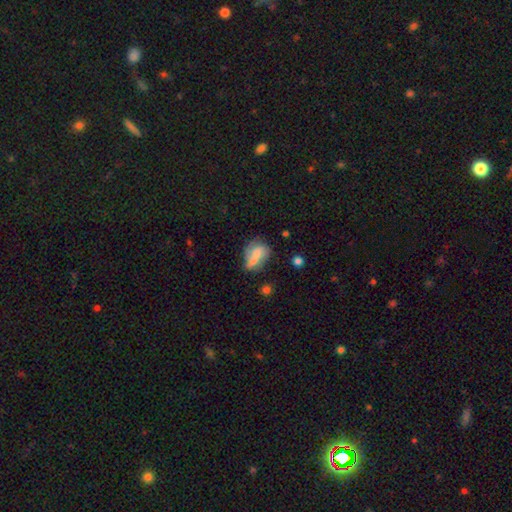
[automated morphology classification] Smooth or featured: smooth — 56% (featured or disk — 35%)
How rounded: in between — 69% (round — 26%)
Merging: none — 34% (merger — 25%)